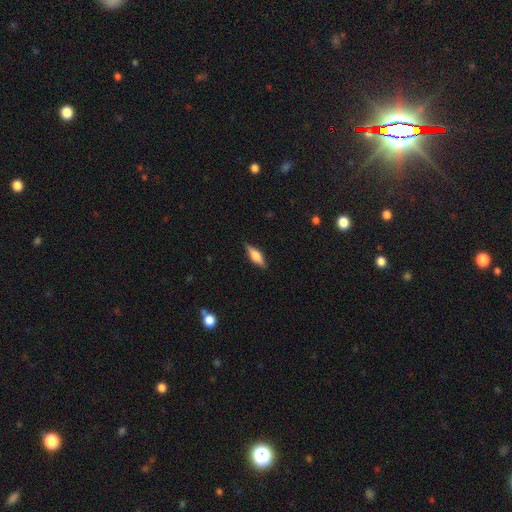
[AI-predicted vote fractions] The model was most divided on "how rounded": in between: 56%, cigar-shaped: 41%, round: 3%. More confident: merging — none (85%); smooth or featured — smooth (55%).